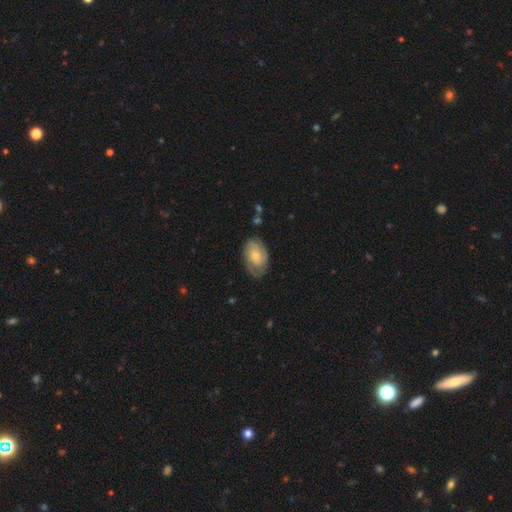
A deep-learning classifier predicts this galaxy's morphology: Smooth or featured? Predicted: featured or disk (p=0.52). Edge-on disk? Predicted: no (p=0.95). Bar? Predicted: no (p=0.72). Spiral arms? Predicted: yes (p=0.81). Bulge size? Predicted: small (p=0.55). Merging? Predicted: none (p=0.66).